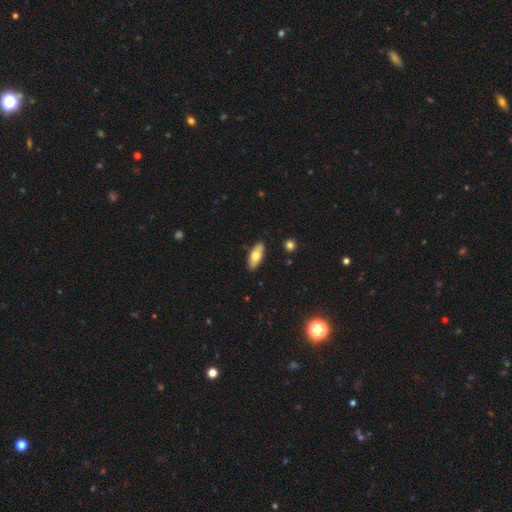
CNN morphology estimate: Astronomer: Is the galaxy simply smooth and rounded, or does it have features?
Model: smooth — 69%.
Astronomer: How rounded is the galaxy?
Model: in between — 78%.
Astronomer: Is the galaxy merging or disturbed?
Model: none — 87%.